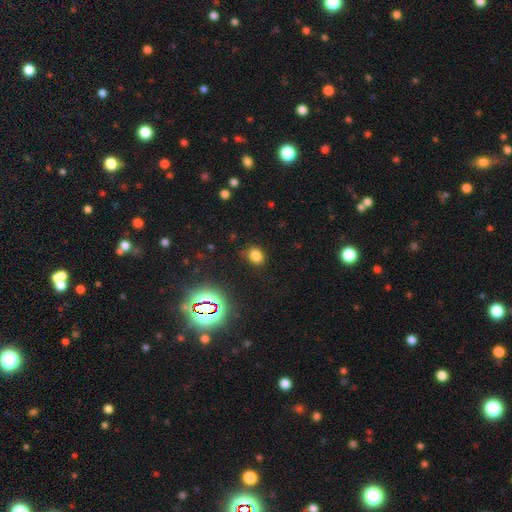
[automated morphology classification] smooth 77%, star or artifact 17%, featured or disk 6%. Down the decision tree: how rounded — in between (50%); merging — none (82%).